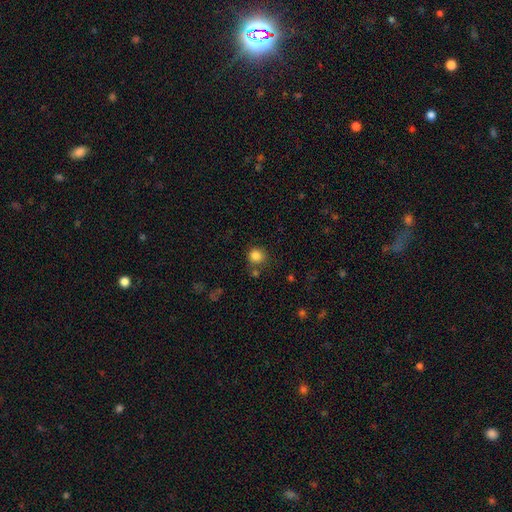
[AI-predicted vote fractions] The model was most divided on "merging": none: 75%, minor disturbance: 12%, merger: 9%, major disturbance: 4%. More confident: how rounded — round (89%); smooth or featured — smooth (85%).